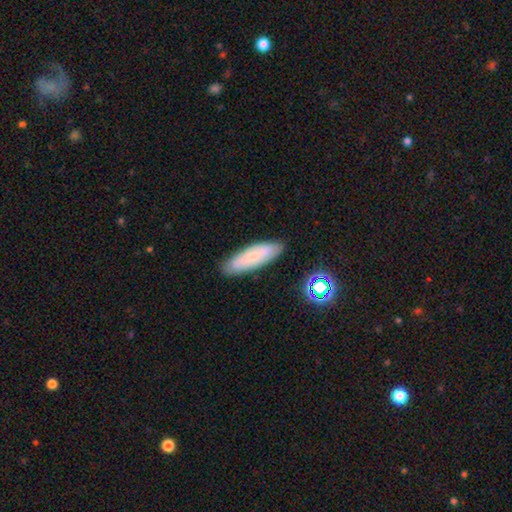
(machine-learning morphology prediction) Overall: smooth (66%). How rounded: cigar-shaped (55%; in between 43%). Merging: none (84%).